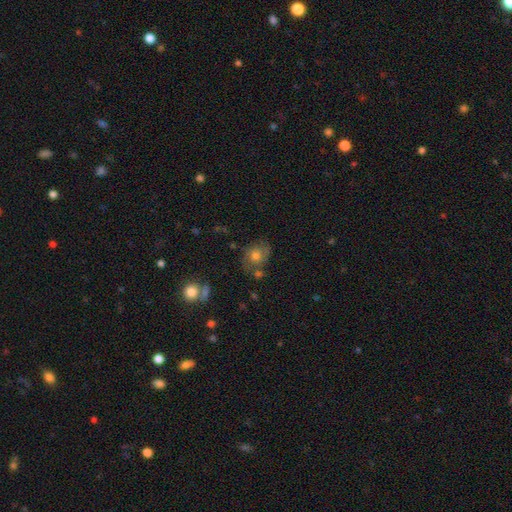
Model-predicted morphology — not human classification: A smooth galaxy with no disk features (53%) that is round (64%).

Vote fractions:
- Smooth or featured? smooth: 53% / featured or disk: 35% / star or artifact: 13%
- How rounded? round: 64% / in between: 35% / cigar-shaped: 1%
- Merging? none: 62% / minor disturbance: 20% / merger: 9% / major disturbance: 9%